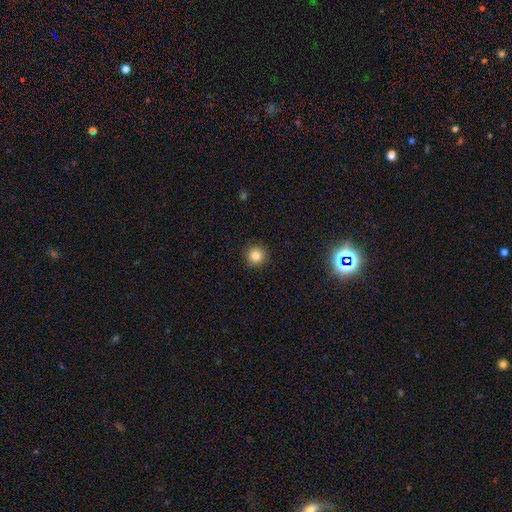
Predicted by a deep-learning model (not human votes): The model was most divided on "smooth or featured": smooth: 84%, star or artifact: 11%, featured or disk: 5%. More confident: how rounded — round (94%); merging — none (92%).